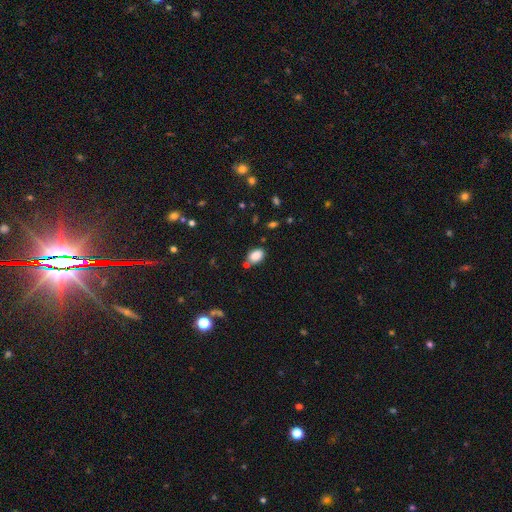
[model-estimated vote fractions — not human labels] smooth-or-featured: smooth: 86% | star or artifact: 9% | featured or disk: 5%
  how-rounded: in between: 85% | round: 13% | cigar-shaped: 1%
  merging: none: 71% | minor disturbance: 15% | merger: 11% | major disturbance: 4%